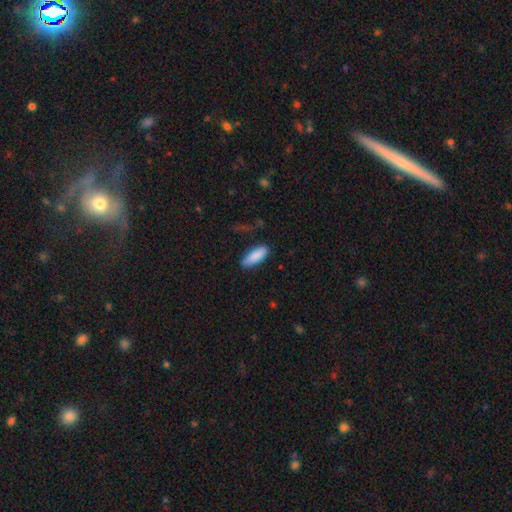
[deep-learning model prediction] Smooth or featured? smooth (87%)
How rounded? in between (63%)
Merging? none (78%)